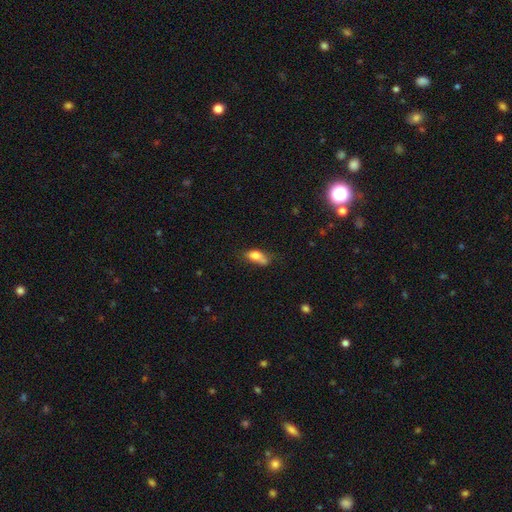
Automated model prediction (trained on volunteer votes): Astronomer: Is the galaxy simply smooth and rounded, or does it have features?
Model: smooth — 74%.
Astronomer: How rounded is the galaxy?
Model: in between — 81%.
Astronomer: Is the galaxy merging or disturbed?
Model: none — 38% (runner-up: minor disturbance, 33%).